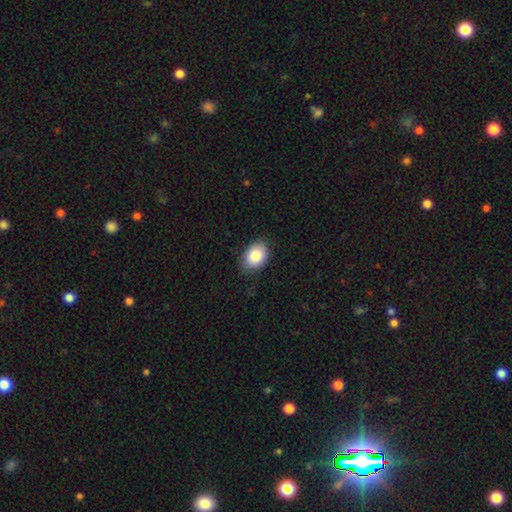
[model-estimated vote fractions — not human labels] smooth 86%, star or artifact 7%, featured or disk 7%. Down the decision tree: how rounded — in between (78%); merging — none (81%).